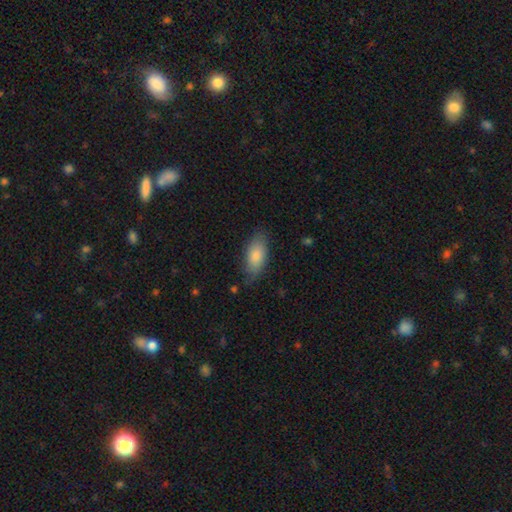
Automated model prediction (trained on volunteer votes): Smooth or featured: smooth — 77% (featured or disk — 16%)
How rounded: in between — 89% (cigar-shaped — 8%)
Merging: none — 71% (minor disturbance — 23%)